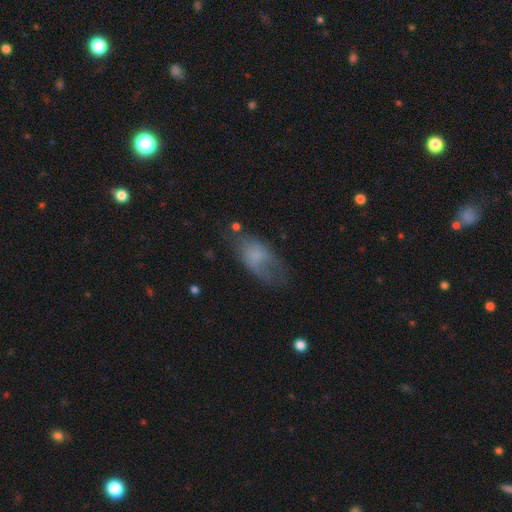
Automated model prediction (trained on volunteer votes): A smooth galaxy with no disk features (63%) that is in between round and cigar-shaped (87%). Merging: none (49%).